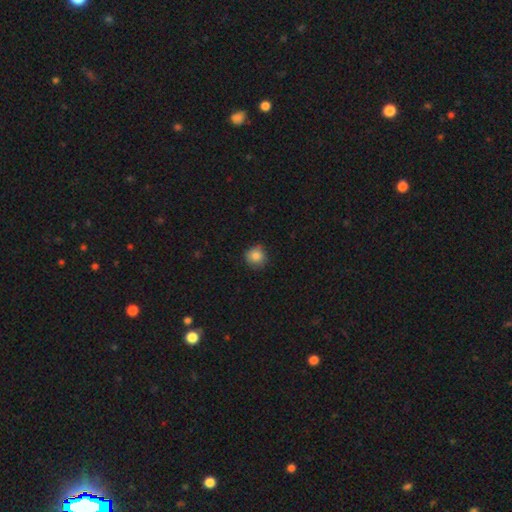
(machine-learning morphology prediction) A smooth galaxy with no disk features (84%) that is round (92%). Merging: none (81%).